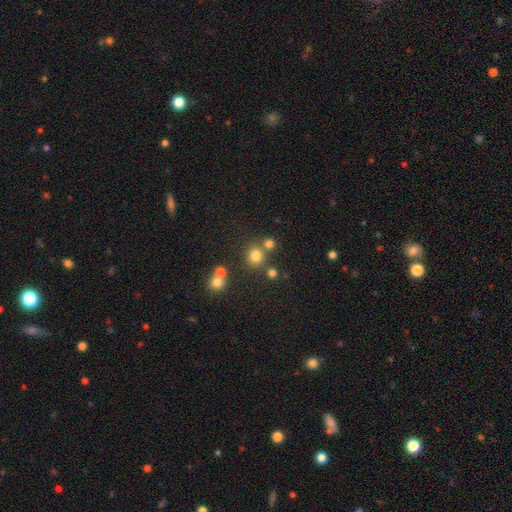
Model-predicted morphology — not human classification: Smooth or featured? smooth (76%)
How rounded? round (89%)
Merging? none (73%)